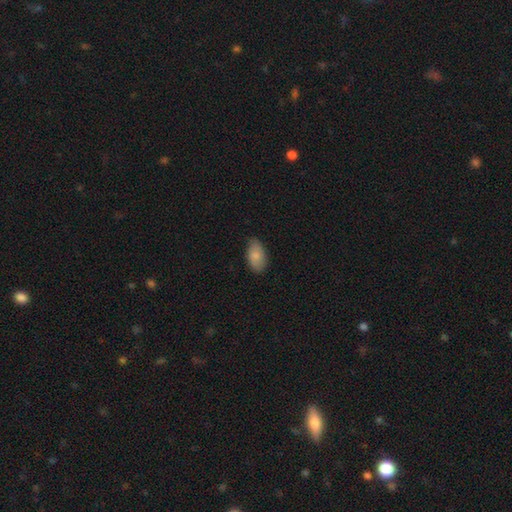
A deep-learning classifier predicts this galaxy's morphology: This is clearly a smooth galaxy (84%). How rounded: clearly in between (94%). Merging: clearly none (80%).